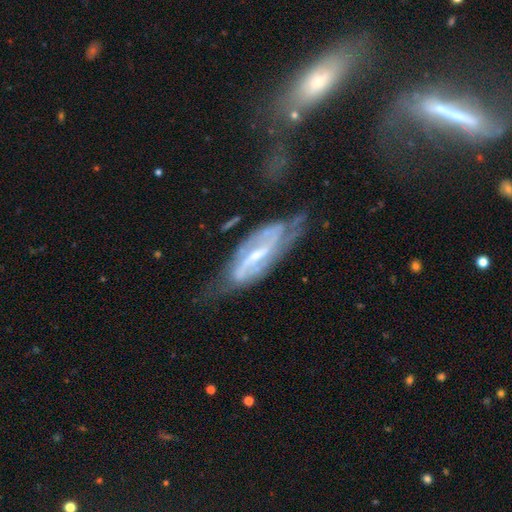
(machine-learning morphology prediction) Smooth or featured? featured or disk (85%)
Edge-on disk? no (87%)
Bar? strong (46%)
Spiral arms? yes (93%)
Spiral winding? medium (44%)
Spiral arm count? 2 (75%)
Bulge size? small (56%)
Merging? none (56%)